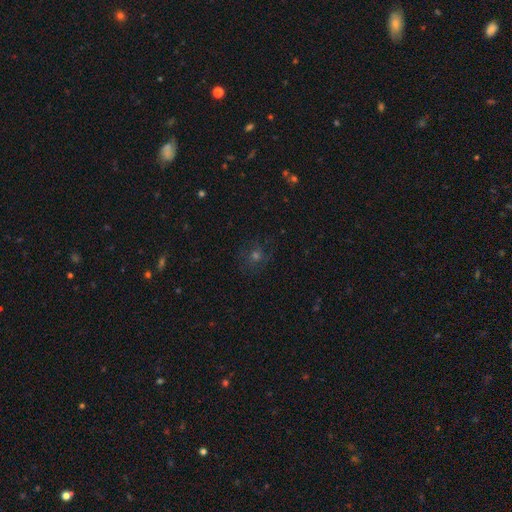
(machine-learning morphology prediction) Smooth or featured? star or artifact (39%)